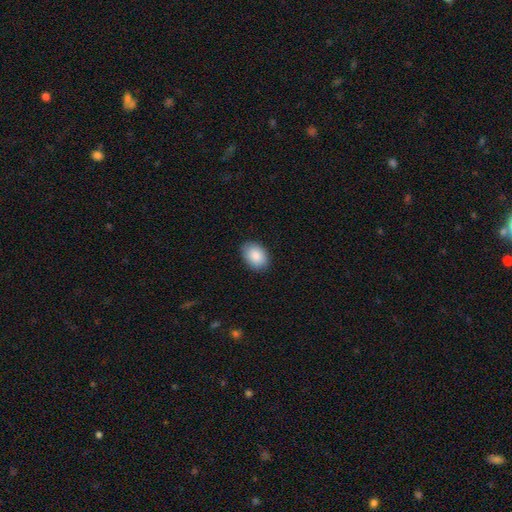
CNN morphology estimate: smooth 88%, star or artifact 7%, featured or disk 5%. Down the decision tree: how rounded — in between (82%); merging — none (87%).